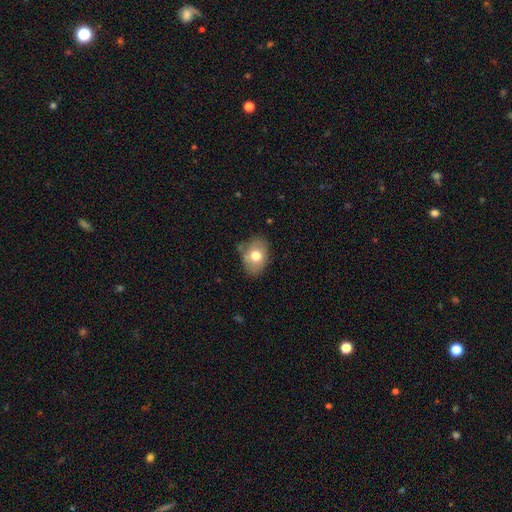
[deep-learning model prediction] Smooth or featured? smooth (72%)
How rounded? in between (74%)
Merging? none (69%)